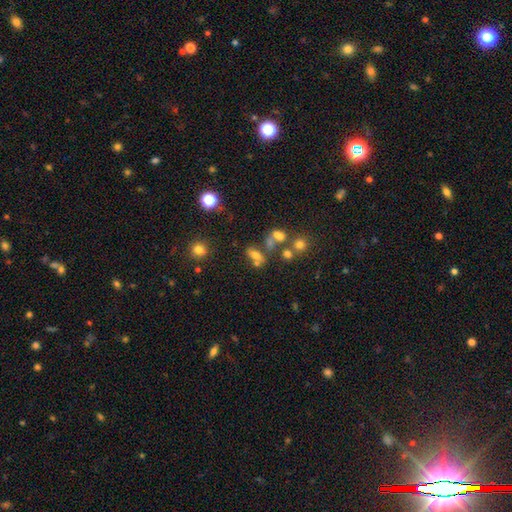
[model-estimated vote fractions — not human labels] The model was most divided on "merging": none: 39%, merger: 37%, minor disturbance: 14%, major disturbance: 10%. More confident: how rounded — in between (70%); smooth or featured — smooth (59%).